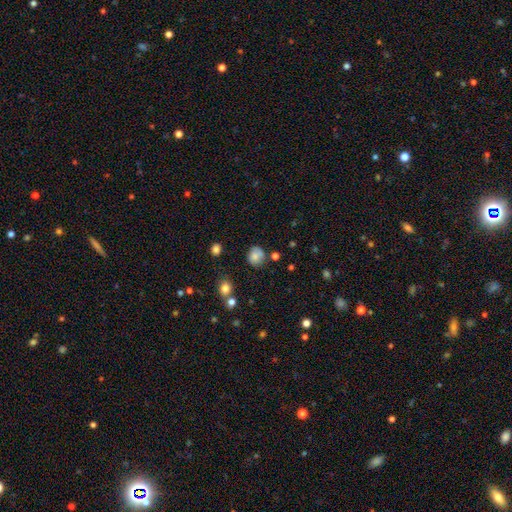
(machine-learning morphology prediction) Smooth or featured?
  - smooth: 77% *
  - featured or disk: 12%
  - star or artifact: 11%
How rounded?
  - round: 74% *
  - in between: 25%
  - cigar-shaped: 1%
Merging?
  - none: 67% *
  - minor disturbance: 22%
  - major disturbance: 6%
  - merger: 5%